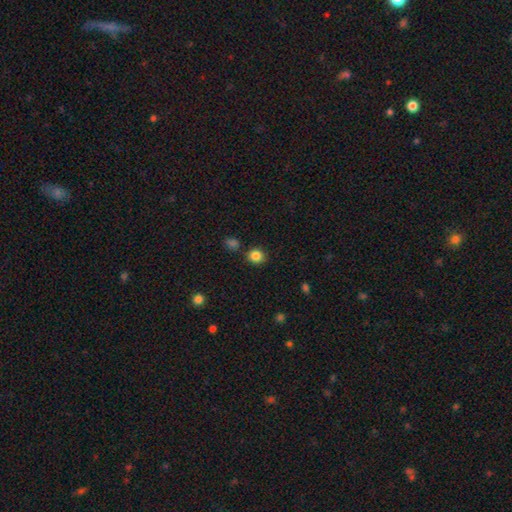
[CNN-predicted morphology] smooth-or-featured: smooth: 85% | star or artifact: 11% | featured or disk: 4%
  how-rounded: round: 83% | in between: 16% | cigar-shaped: 1%
  merging: none: 83% | minor disturbance: 9% | merger: 5% | major disturbance: 3%